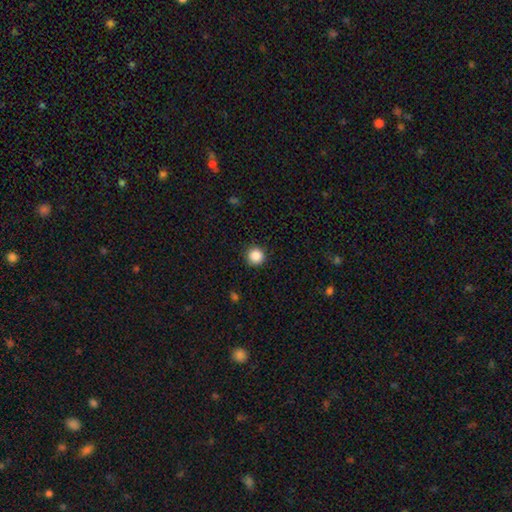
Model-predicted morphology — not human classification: This appears to be a smooth galaxy with no disk features (87%) that is round (95%). Merging: none (91%).